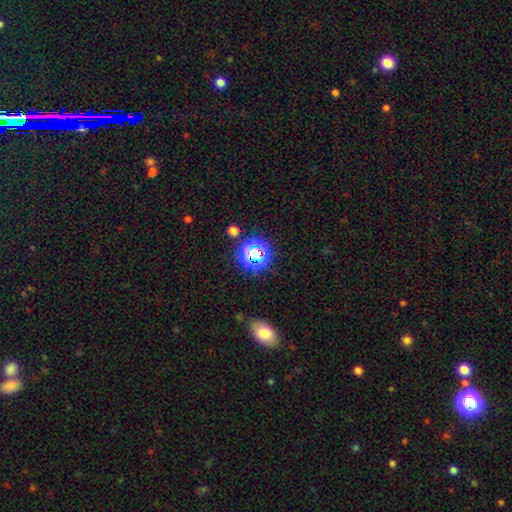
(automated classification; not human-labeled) A star or artifact, not a galaxy (61%).

Vote fractions:
- Smooth or featured? star or artifact: 61% / smooth: 28% / featured or disk: 11%